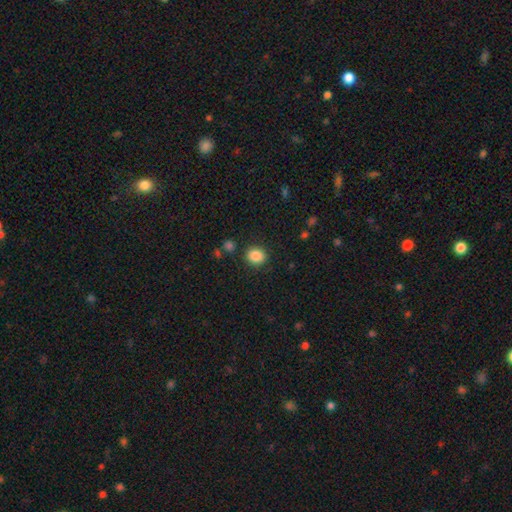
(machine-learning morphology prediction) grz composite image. It shows a smooth galaxy with no disk features (86%) that is round (75%). Merging: none (88%).